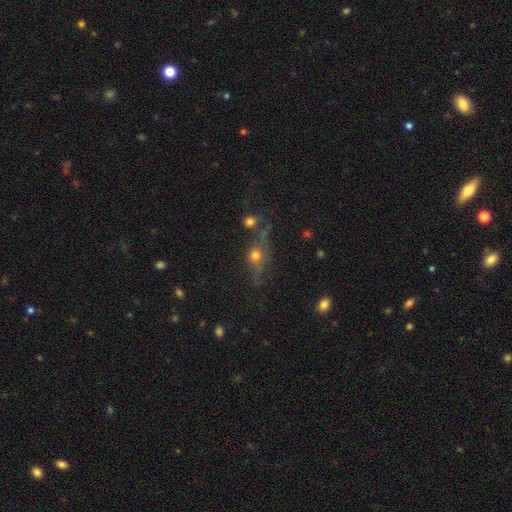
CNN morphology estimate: smooth_or_featured: smooth (p=0.53) [alt: featured or disk p=0.25]
how_rounded: round (p=0.53) [alt: in between p=0.36]
merging: none (p=0.53) [alt: merger p=0.17]